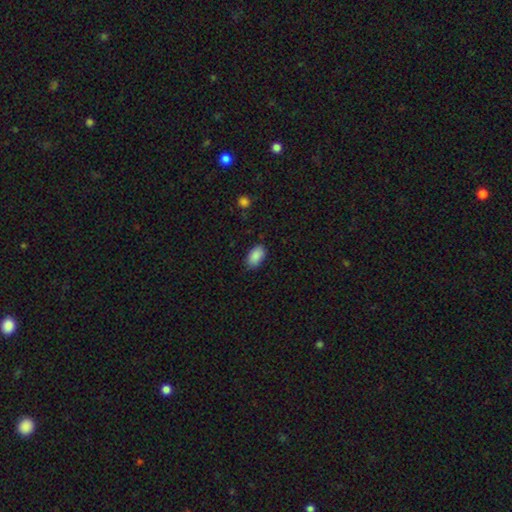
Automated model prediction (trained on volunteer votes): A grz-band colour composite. It shows a smooth galaxy with no disk features (89%) that is in between round and cigar-shaped (93%). Merging: none (83%).